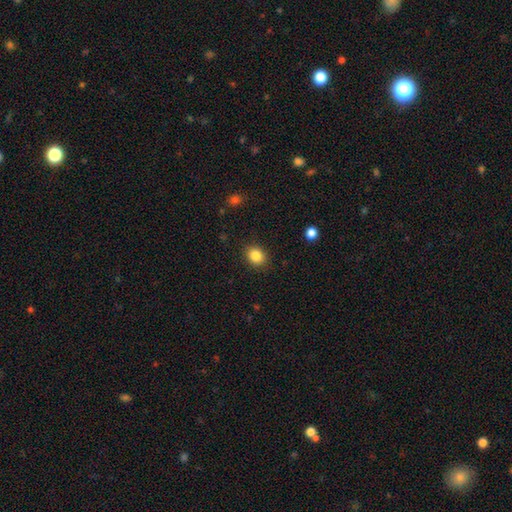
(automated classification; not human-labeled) smooth 85%, star or artifact 10%, featured or disk 5%. Down the decision tree: how rounded — round (58%); merging — none (88%).